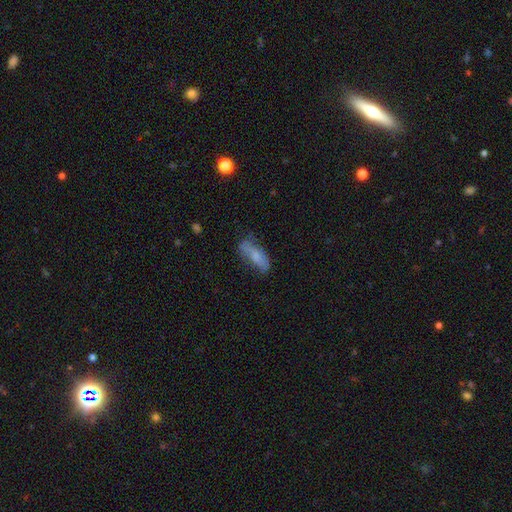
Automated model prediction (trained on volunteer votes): smooth 64%, featured or disk 28%, star or artifact 8%. Down the decision tree: how rounded — in between (62%); merging — none (56%).